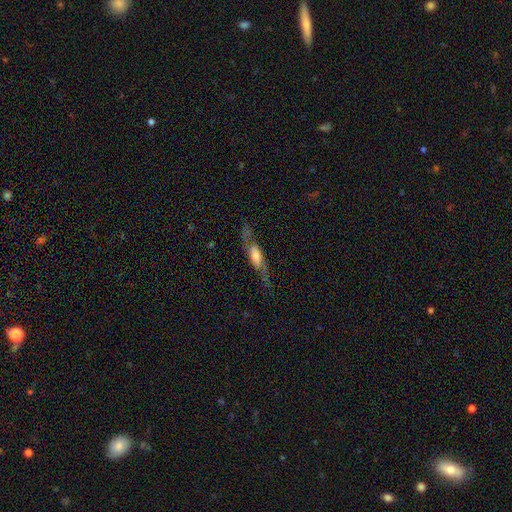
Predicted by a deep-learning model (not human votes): Morphology: type=featured or disk (64%); edge-on=yes (51%); merging=none (70%).